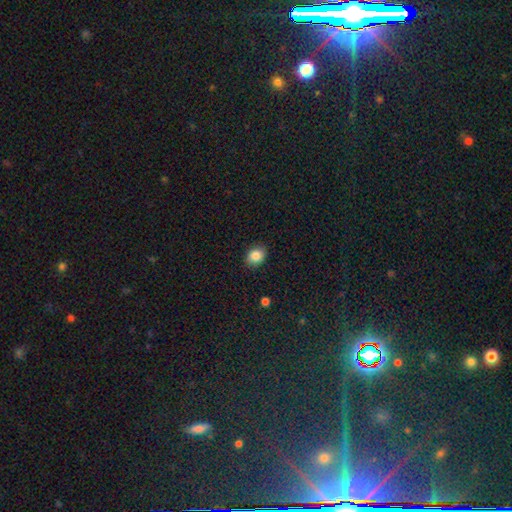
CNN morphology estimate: A smooth galaxy with no disk features (86%) that is in between round and cigar-shaped (57%).

Vote fractions:
- Smooth or featured? smooth: 86% / star or artifact: 9% / featured or disk: 5%
- How rounded? in between: 57% / round: 42% / cigar-shaped: 1%
- Merging? none: 89% / minor disturbance: 8% / major disturbance: 2% / merger: 1%